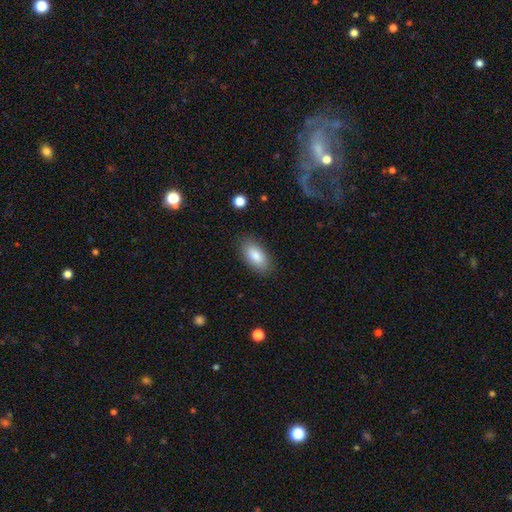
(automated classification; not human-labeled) Smooth or featured? smooth (86%)
How rounded? in between (90%)
Merging? none (86%)